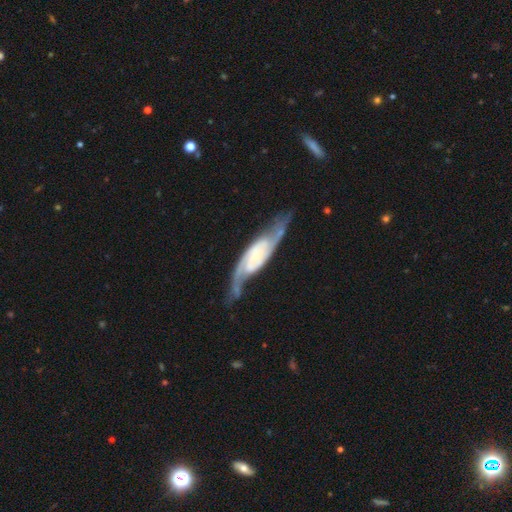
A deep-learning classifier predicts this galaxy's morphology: featured or disk 89%, smooth 7%, star or artifact 5%. Down the decision tree: edge-on disk — no (87%); bar — no (51%); spiral arms — yes (97%); spiral arm count — 2 (89%); spiral winding — medium (49%); bulge size — small (61%); merging — none (70%).